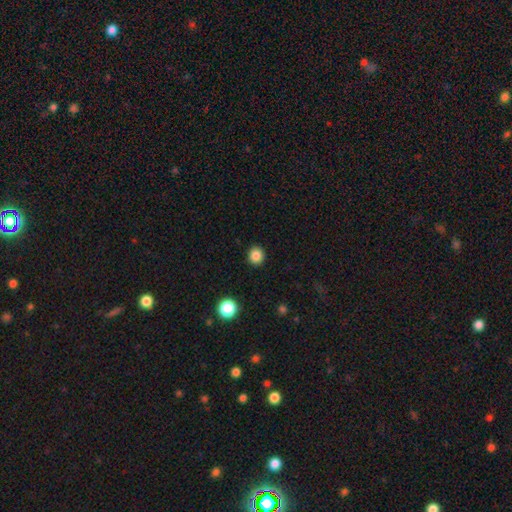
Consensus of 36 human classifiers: Morphology: type=smooth (89%); roundness=round (91%); merging=none (94%).